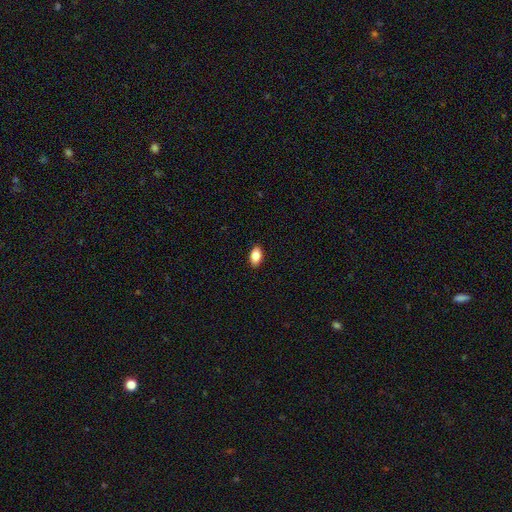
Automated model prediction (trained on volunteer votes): This appears to be a smooth galaxy with no disk features (85%) that is in between round and cigar-shaped (92%). Merging: none (90%).